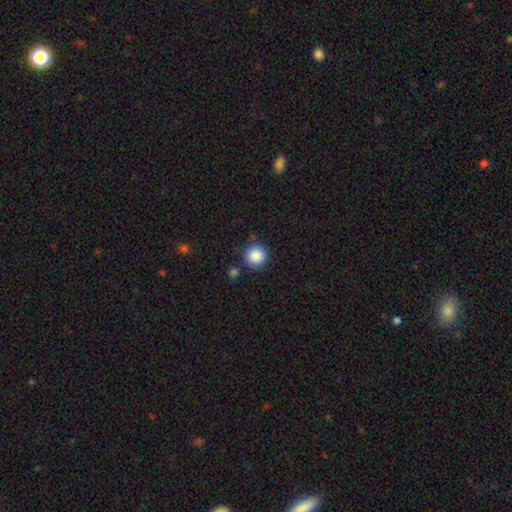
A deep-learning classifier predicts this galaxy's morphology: Smooth or featured: smooth — 88% (star or artifact — 9%)
How rounded: round — 94% (in between — 5%)
Merging: none — 83% (minor disturbance — 9%)